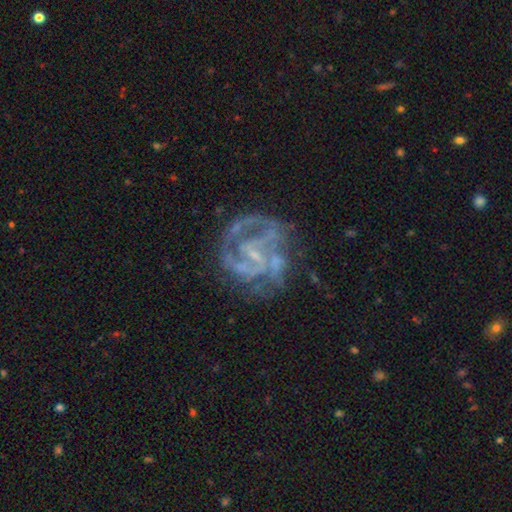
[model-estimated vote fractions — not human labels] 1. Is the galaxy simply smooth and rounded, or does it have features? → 83% featured or disk, 9% star or artifact, 8% smooth.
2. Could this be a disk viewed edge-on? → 98% no, 2% yes.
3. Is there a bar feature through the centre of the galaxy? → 42% no, 41% weak, 18% strong.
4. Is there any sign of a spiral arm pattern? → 80% yes, 20% no.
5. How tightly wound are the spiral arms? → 43% medium (tied), 43% tight (tied), 15% loose.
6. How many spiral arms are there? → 29% can't tell (tied), 29% 2 (tied), 24% 3, 7% 4, 7% 1, 5% more than 4.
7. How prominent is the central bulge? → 58% small, 29% none, 11% moderate, 1% large, 1% dominant.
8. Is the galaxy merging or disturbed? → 53% none, 24% major disturbance, 19% minor disturbance, 4% merger.